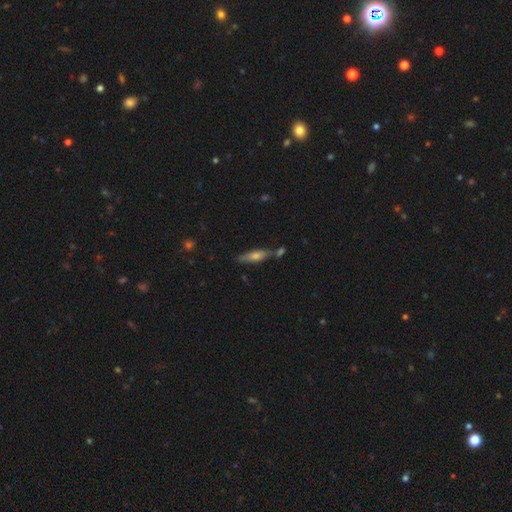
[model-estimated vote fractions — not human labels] Smooth or featured: smooth — 52% (featured or disk — 40%)
How rounded: cigar-shaped — 69% (in between — 29%)
Merging: none — 71% (minor disturbance — 14%)